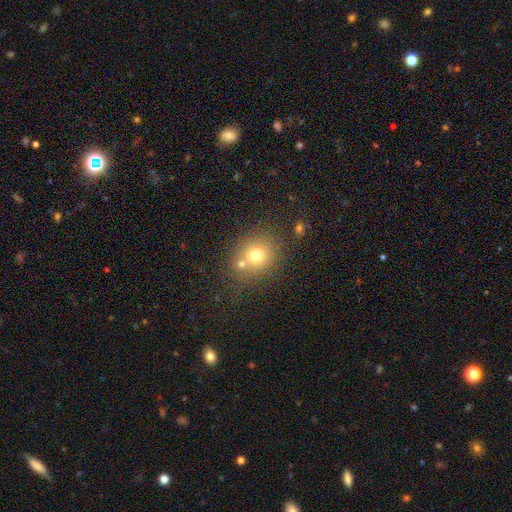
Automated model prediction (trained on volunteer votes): A smooth galaxy with no disk features (71%) that is round (70%). Merging: none (59%).